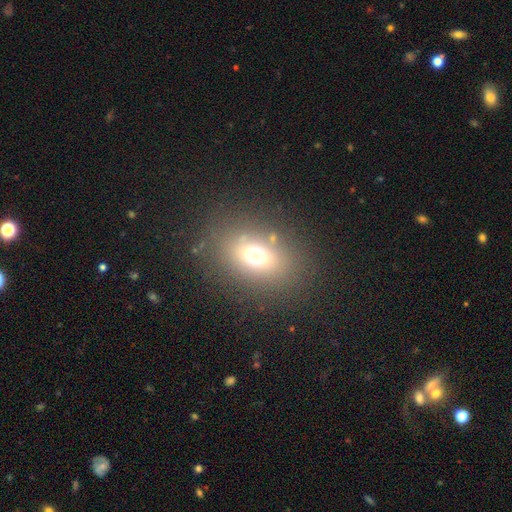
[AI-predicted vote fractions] Smooth or featured? smooth (66%)
How rounded? in between (63%)
Merging? none (80%)